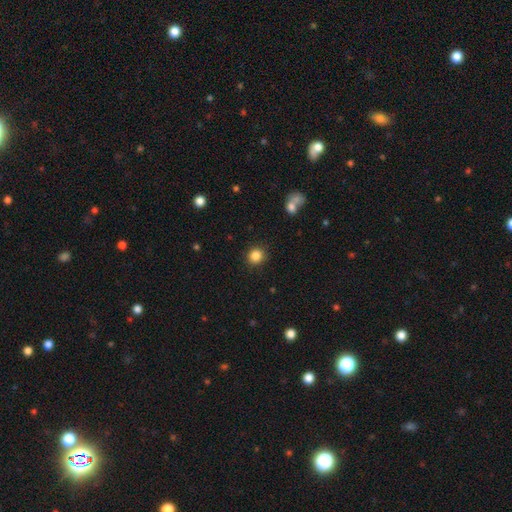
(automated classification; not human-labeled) The model was most divided on "how rounded": round: 87%, in between: 12%, cigar-shaped: 1%. More confident: merging — none (90%); smooth or featured — smooth (86%).